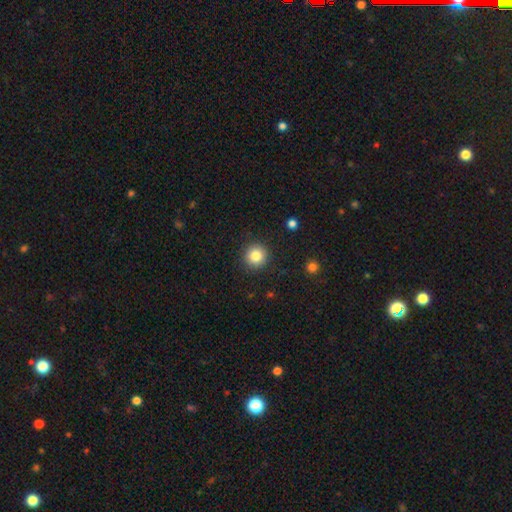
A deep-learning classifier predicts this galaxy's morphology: type=smooth (82%); roundness=round (95%); merging=none (90%).